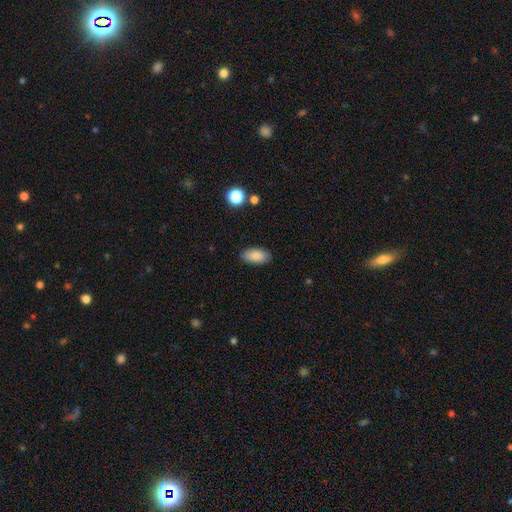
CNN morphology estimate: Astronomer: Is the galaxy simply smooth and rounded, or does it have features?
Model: smooth — 87%.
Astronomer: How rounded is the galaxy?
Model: in between — 94%.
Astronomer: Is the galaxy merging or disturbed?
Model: none — 87%.